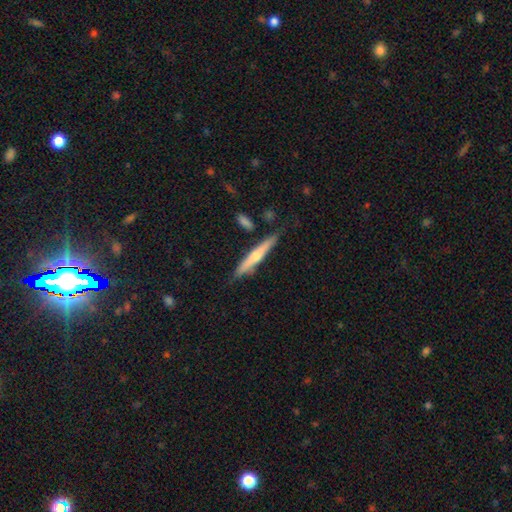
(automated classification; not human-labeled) featured or disk 52%, smooth 42%, star or artifact 6%. Down the decision tree: edge-on disk — yes (94%); merging — none (78%).